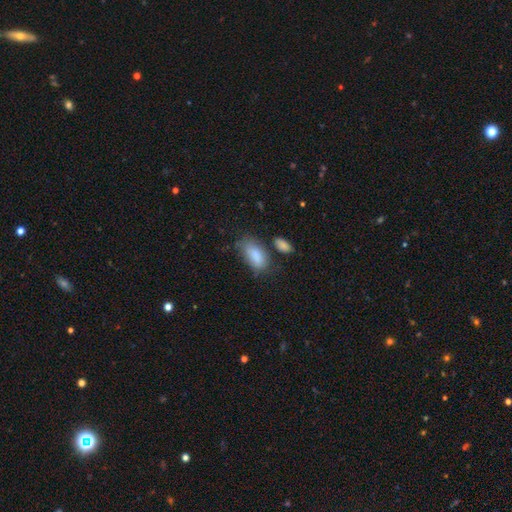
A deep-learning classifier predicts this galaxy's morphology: Smooth or featured?
  - smooth: 86% *
  - featured or disk: 8%
  - star or artifact: 7%
How rounded?
  - in between: 92% *
  - cigar-shaped: 5%
  - round: 3%
Merging?
  - none: 52% *
  - minor disturbance: 27%
  - major disturbance: 10%
  - merger: 10%